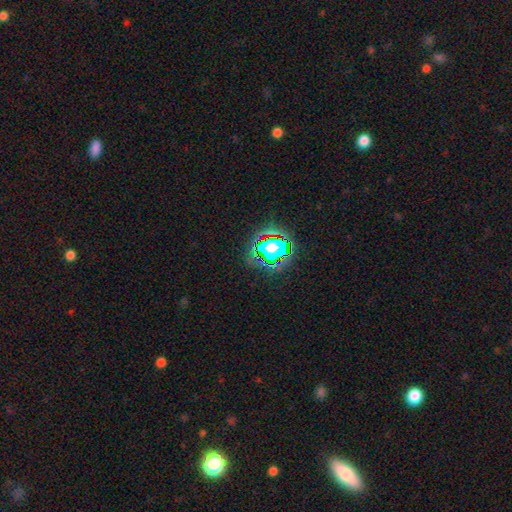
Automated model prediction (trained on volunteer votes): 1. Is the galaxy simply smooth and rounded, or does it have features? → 76% star or artifact, 15% smooth, 9% featured or disk.